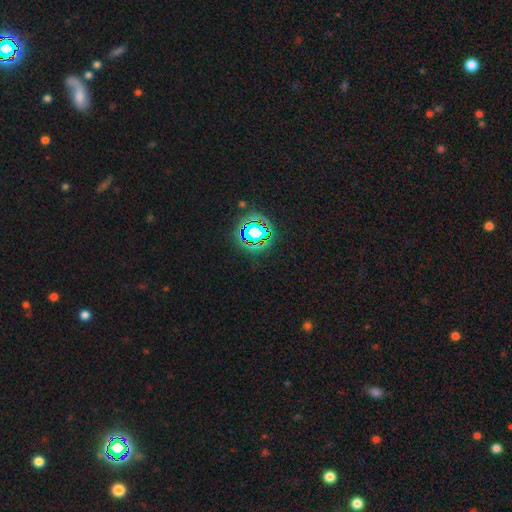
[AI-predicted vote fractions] Smooth or featured? star or artifact (80%)